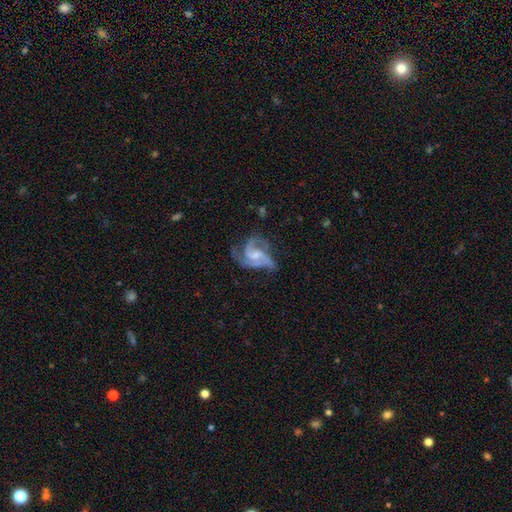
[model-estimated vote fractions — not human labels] Smooth or featured: featured or disk — 86% (smooth — 8%)
Edge-on disk: no — 98% (yes — 2%)
Bar: no — 45% (weak — 42%)
Spiral arms: yes — 95% (no — 5%)
Spiral winding: medium — 54% (tight — 23%)
Spiral arm count: 3 — 49% (2 — 30%)
Bulge size: small — 45% (moderate — 34%)
Merging: none — 45% (major disturbance — 28%)